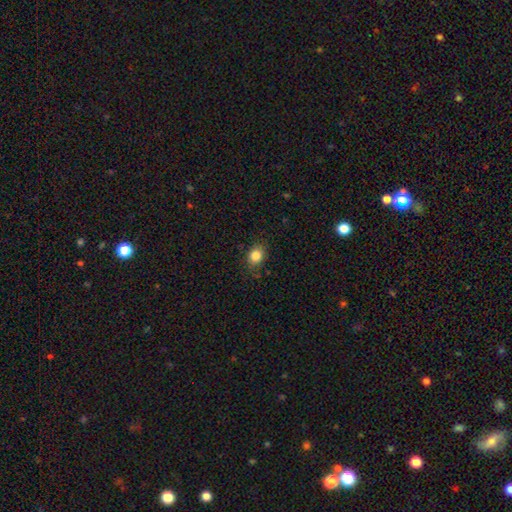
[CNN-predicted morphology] smooth-or-featured: smooth: 84% | star or artifact: 10% | featured or disk: 6%
  how-rounded: round: 50% | in between: 49% | cigar-shaped: 1%
  merging: none: 80% | minor disturbance: 15% | major disturbance: 4% | merger: 1%